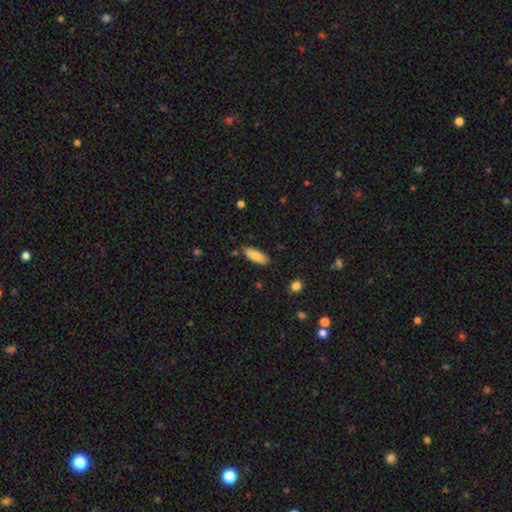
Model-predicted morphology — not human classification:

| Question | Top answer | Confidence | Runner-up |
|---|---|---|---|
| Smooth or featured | smooth | 87% | featured or disk (7%) |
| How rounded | in between | 72% | cigar-shaped (26%) |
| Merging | none | 83% | minor disturbance (13%) |